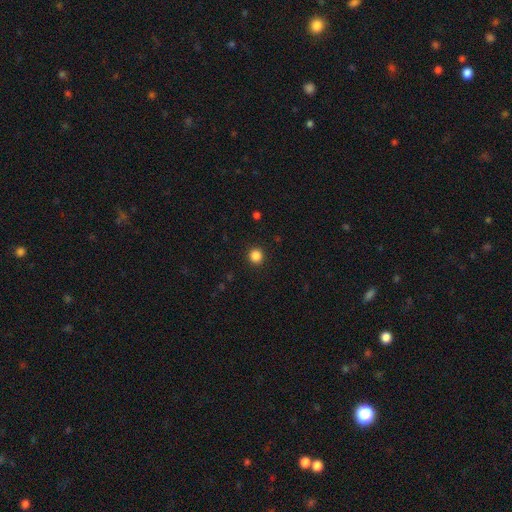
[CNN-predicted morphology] smooth_or_featured: smooth (p=0.86) [alt: star or artifact p=0.11]
how_rounded: round (p=0.92) [alt: in between p=0.07]
merging: none (p=0.92) [alt: minor disturbance p=0.05]